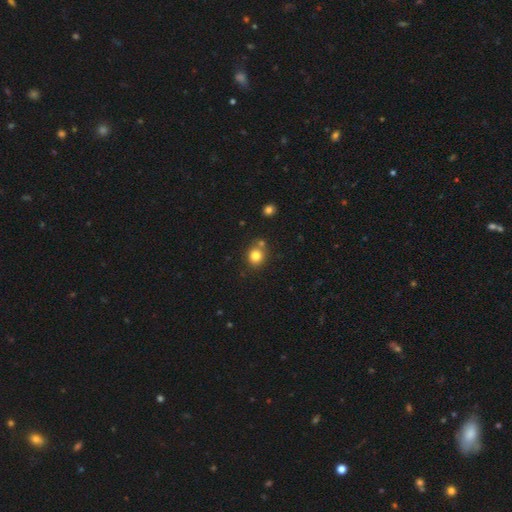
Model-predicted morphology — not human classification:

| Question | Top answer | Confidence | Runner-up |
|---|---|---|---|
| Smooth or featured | smooth | 81% | star or artifact (12%) |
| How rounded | round | 80% | in between (19%) |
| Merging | none | 70% | merger (17%) |